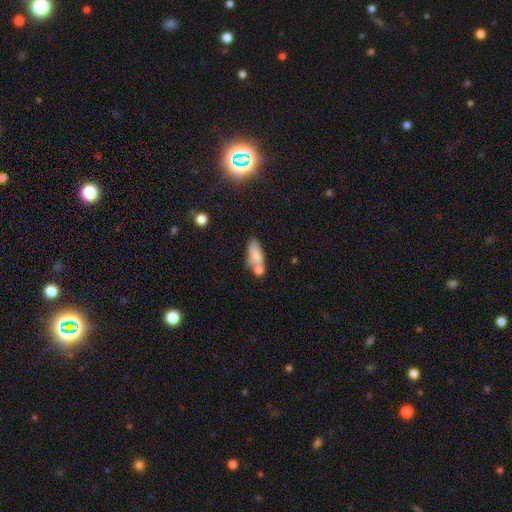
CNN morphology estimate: A smooth galaxy with no disk features (76%) that is in between round and cigar-shaped (71%).

Vote fractions:
- Smooth or featured? smooth: 76% / featured or disk: 16% / star or artifact: 9%
- How rounded? in between: 71% / cigar-shaped: 25% / round: 4%
- Merging? none: 40% / merger: 36% / minor disturbance: 17% / major disturbance: 7%